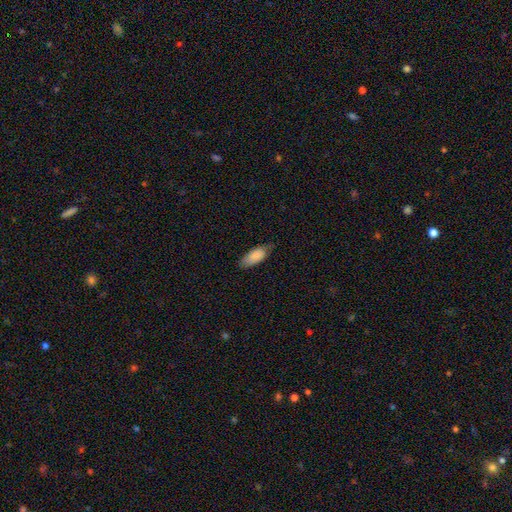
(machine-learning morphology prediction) Q: Smooth or featured?
A: smooth (86%); runner-up: featured or disk (8%)
Q: How rounded?
A: in between (83%); runner-up: cigar-shaped (15%)
Q: Merging?
A: none (67%); runner-up: minor disturbance (27%)